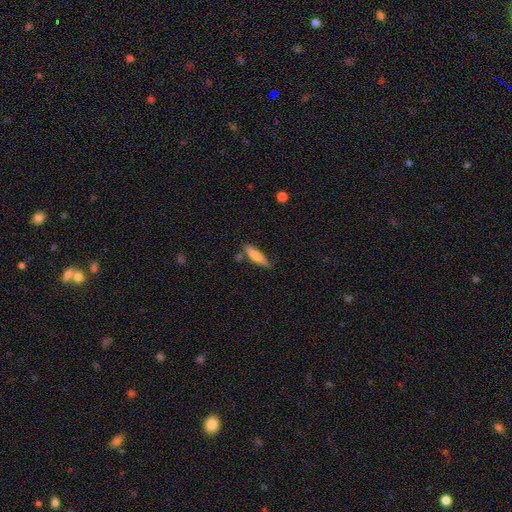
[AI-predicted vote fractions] smooth 64%, featured or disk 30%, star or artifact 6%. Down the decision tree: how rounded — cigar-shaped (72%); merging — none (72%).